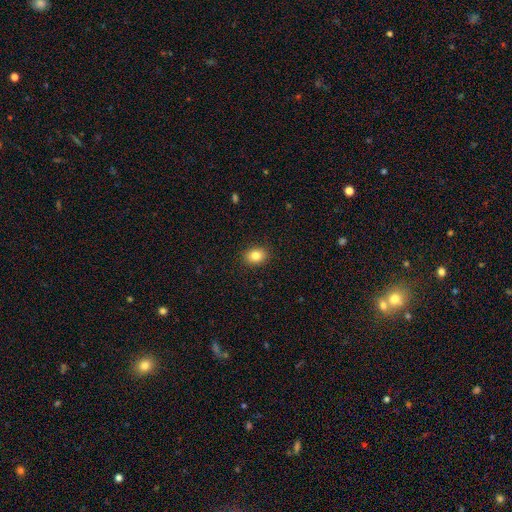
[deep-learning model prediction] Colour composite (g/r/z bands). It shows a smooth galaxy with no disk features (83%) that is in between round and cigar-shaped (59%). Merging: none (90%).